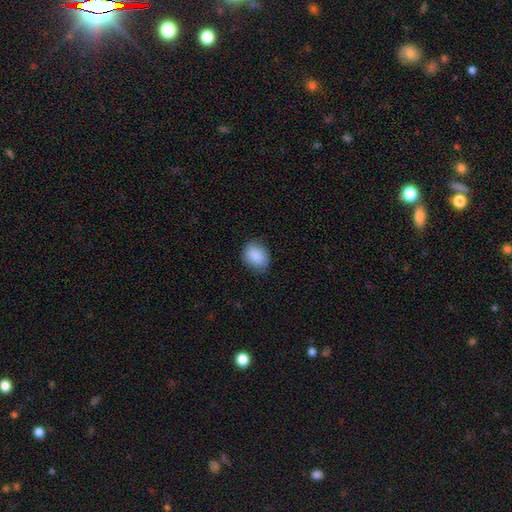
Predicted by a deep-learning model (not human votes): A smooth galaxy with no disk features (89%) that is in between round and cigar-shaped (58%).

Vote fractions:
- Smooth or featured? smooth: 89% / star or artifact: 7% / featured or disk: 5%
- How rounded? in between: 58% / round: 41% / cigar-shaped: 1%
- Merging? none: 81% / minor disturbance: 15% / major disturbance: 3% / merger: 1%